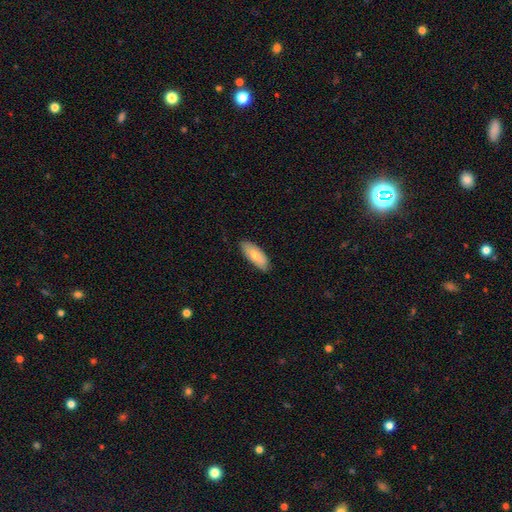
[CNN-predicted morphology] smooth_or_featured: smooth (p=0.79) [alt: featured or disk p=0.16]
how_rounded: in between (p=0.76) [alt: cigar-shaped p=0.22]
merging: none (p=0.82) [alt: minor disturbance p=0.15]